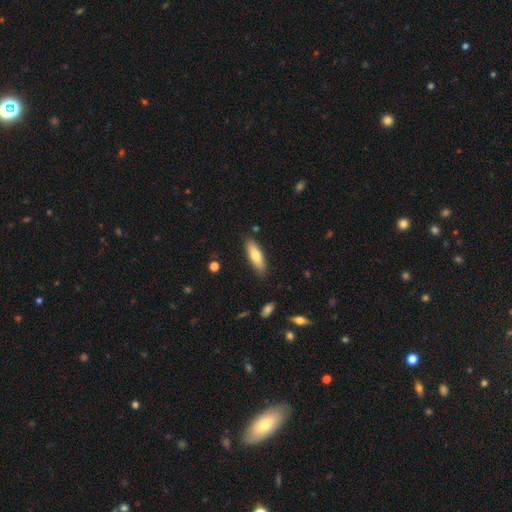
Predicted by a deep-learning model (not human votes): smooth_or_featured: smooth (p=0.71) [alt: featured or disk p=0.23]
how_rounded: cigar-shaped (p=0.52) [alt: in between p=0.46]
merging: none (p=0.86) [alt: minor disturbance p=0.10]